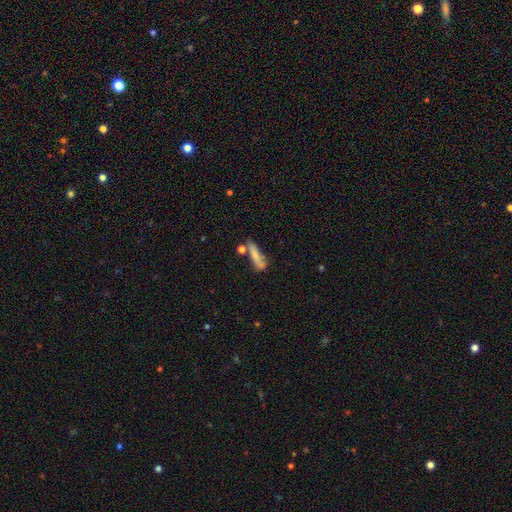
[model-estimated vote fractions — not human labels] A smooth galaxy with no disk features (71%) that is cigar-shaped (70%). Merging: none (49%).